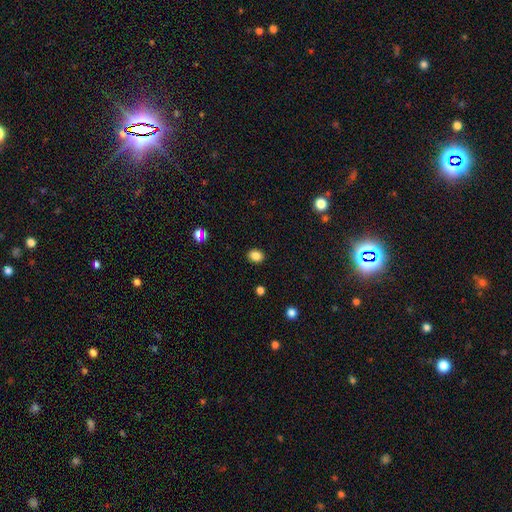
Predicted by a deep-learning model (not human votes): Smooth or featured?
  - smooth: 85% *
  - star or artifact: 11%
  - featured or disk: 4%
How rounded?
  - round: 51% *
  - in between: 48%
  - cigar-shaped: 1%
Merging?
  - none: 90% *
  - minor disturbance: 7%
  - major disturbance: 2%
  - merger: 1%